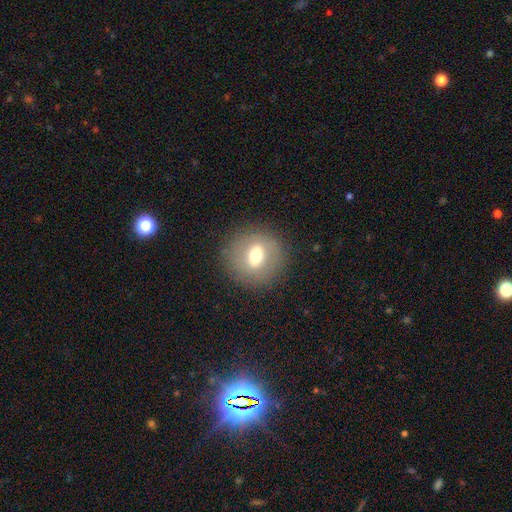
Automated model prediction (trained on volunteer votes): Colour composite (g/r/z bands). It shows a smooth galaxy with no disk features (55%) that is round (84%). Merging: none (86%).